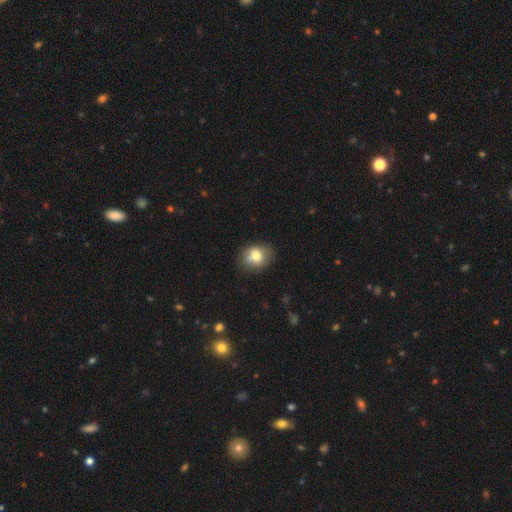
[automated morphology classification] Smooth or featured: smooth — 75% (featured or disk — 16%)
How rounded: in between — 51% (round — 48%)
Merging: none — 77% (minor disturbance — 18%)